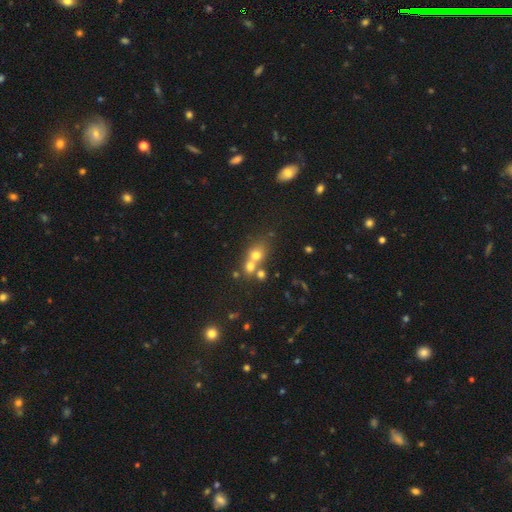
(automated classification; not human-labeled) Smooth or featured? smooth (63%)
How rounded? round (72%)
Merging? merger (52%)